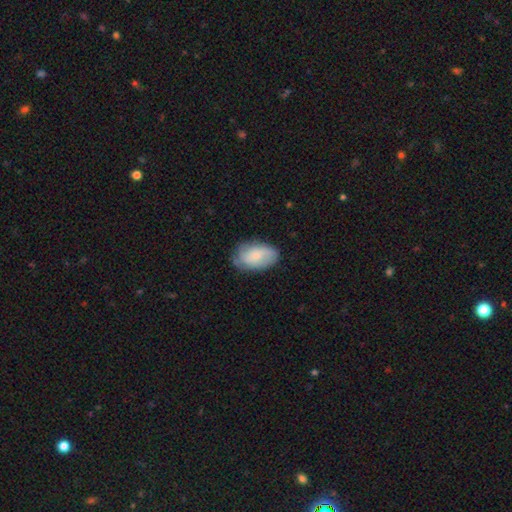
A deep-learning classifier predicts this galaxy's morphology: Smooth or featured: smooth — 58% (featured or disk — 35%)
How rounded: in between — 91% (round — 7%)
Merging: none — 70% (minor disturbance — 22%)